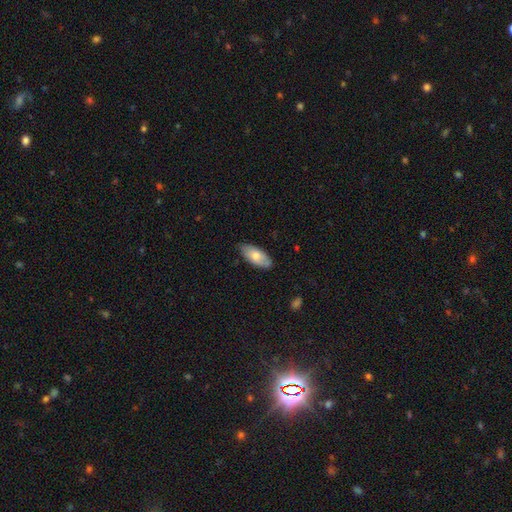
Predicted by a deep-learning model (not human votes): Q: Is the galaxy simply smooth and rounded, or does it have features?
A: smooth — 72%.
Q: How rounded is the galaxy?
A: in between — 88%.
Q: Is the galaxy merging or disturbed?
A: none — 78%.